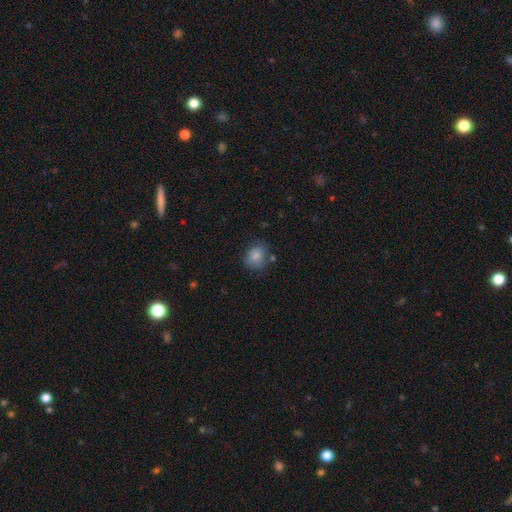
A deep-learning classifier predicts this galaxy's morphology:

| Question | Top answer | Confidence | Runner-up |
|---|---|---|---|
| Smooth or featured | smooth | 84% | star or artifact (9%) |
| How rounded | round | 58% | in between (41%) |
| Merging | none | 68% | minor disturbance (21%) |